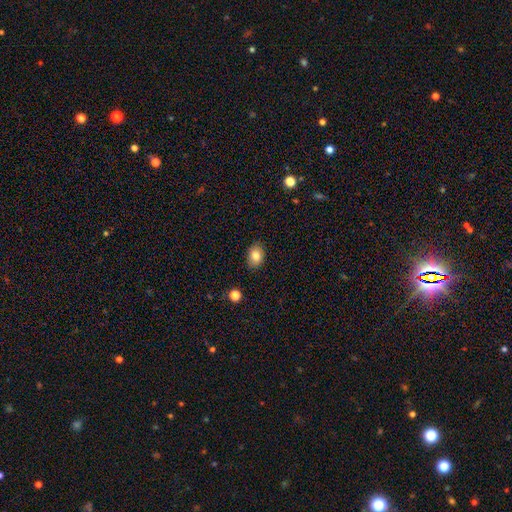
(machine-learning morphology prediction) A smooth galaxy with no disk features (82%) that is in between round and cigar-shaped (78%).

Vote fractions:
- Smooth or featured? smooth: 82% / featured or disk: 9% / star or artifact: 9%
- How rounded? in between: 78% / round: 20% / cigar-shaped: 1%
- Merging? none: 87% / minor disturbance: 10% / major disturbance: 2% / merger: 1%